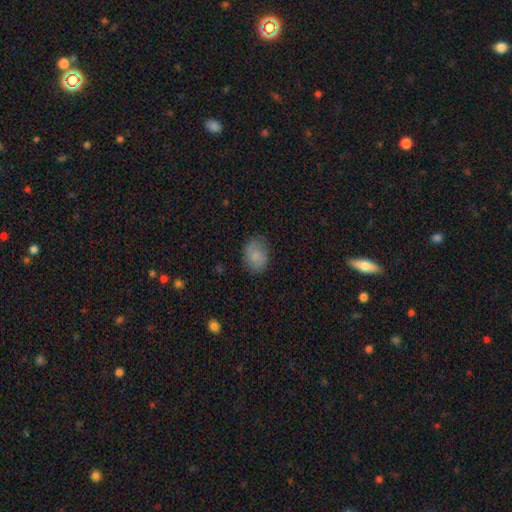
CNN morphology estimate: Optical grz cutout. It shows a smooth galaxy with no disk features (75%) that is in between round and cigar-shaped (72%). Merging: none (76%).